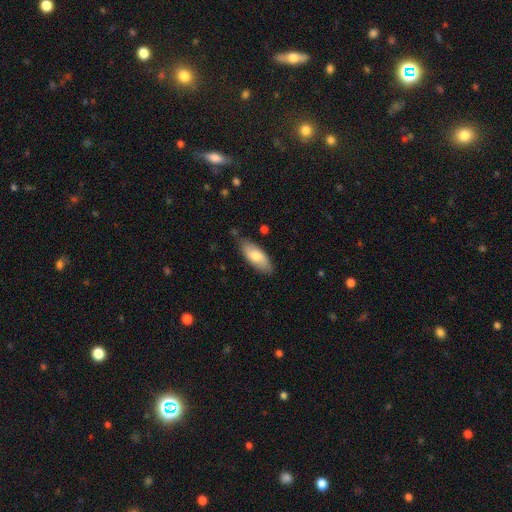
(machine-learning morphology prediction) Smooth or featured? smooth (74%)
How rounded? in between (81%)
Merging? none (79%)